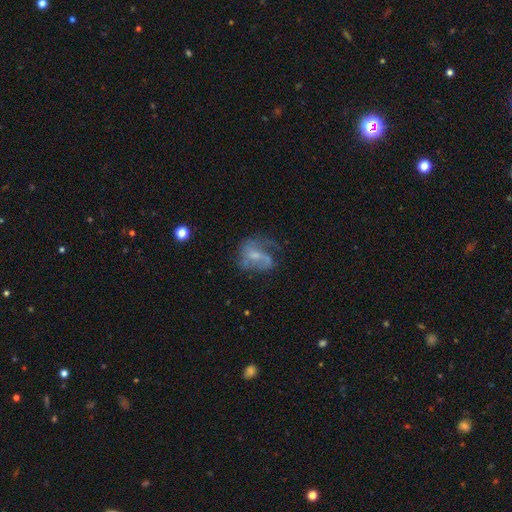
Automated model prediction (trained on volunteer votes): A featured or disk galaxy (68%) with no bar (46%), 2 (39%) medium (42%) spiral arms (79%) and a small central bulge (43%). Merging: none (41%).